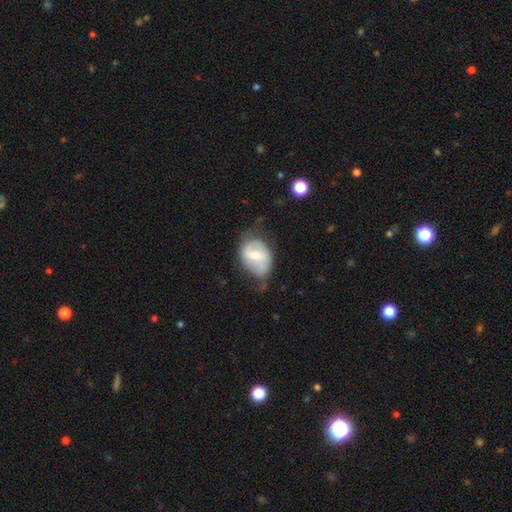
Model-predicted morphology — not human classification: A featured or disk galaxy (53%) with a weak bar (46%), spiral arms (59%) and a moderate central bulge (54%).

Vote fractions:
- Smooth or featured? featured or disk: 53% / smooth: 41% / star or artifact: 6%
- Edge-on disk? no: 95% / yes: 5%
- Bar? weak: 46% / strong: 30% / no: 24%
- Spiral arms? yes: 59% / no: 41%
- Bulge size? moderate: 54% / small: 39% / large: 3% / none: 2% / dominant: 1%
- Merging? none: 50% / minor disturbance: 33% / major disturbance: 14% / merger: 3%